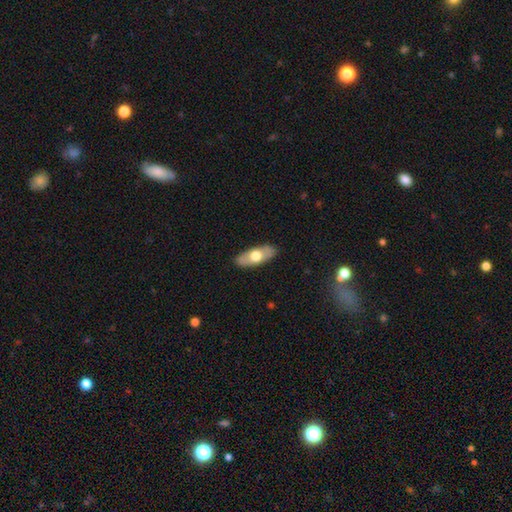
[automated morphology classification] This is possibly a smooth galaxy (58%). How rounded: clearly in between (81%). Merging: clearly none (87%).